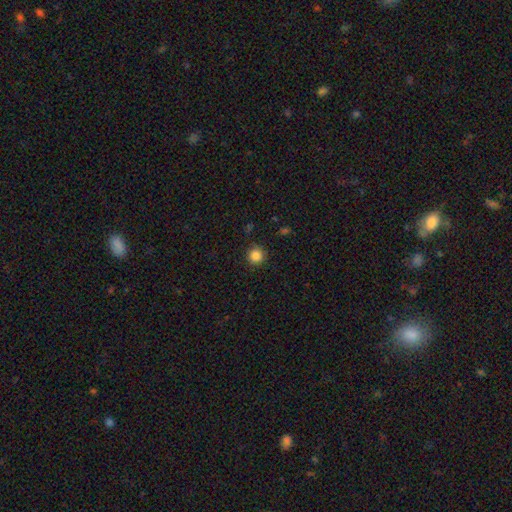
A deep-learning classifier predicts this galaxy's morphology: A smooth galaxy with no disk features (85%) that is round (95%).

Vote fractions:
- Smooth or featured? smooth: 85% / star or artifact: 11% / featured or disk: 4%
- How rounded? round: 95% / in between: 4% / cigar-shaped: 1%
- Merging? none: 90% / minor disturbance: 7% / major disturbance: 2% / merger: 1%